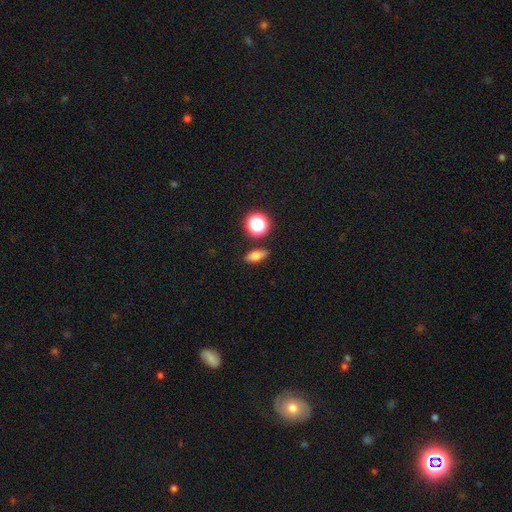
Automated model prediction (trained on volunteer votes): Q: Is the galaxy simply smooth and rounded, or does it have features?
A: smooth — 74%.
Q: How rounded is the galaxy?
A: in between — 66%.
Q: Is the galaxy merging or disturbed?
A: none — 82%.